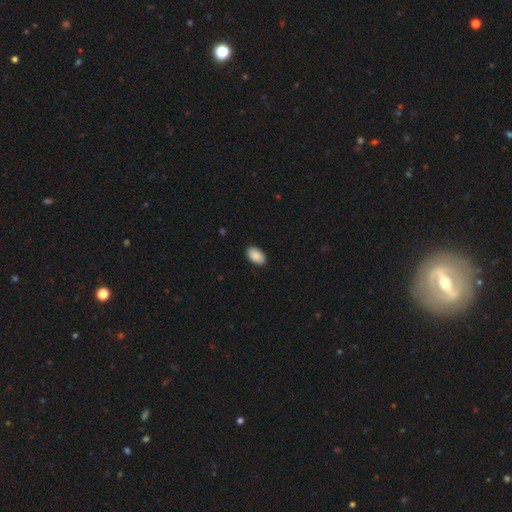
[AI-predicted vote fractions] Morphology: type=smooth (90%); roundness=in between (95%); merging=none (89%).